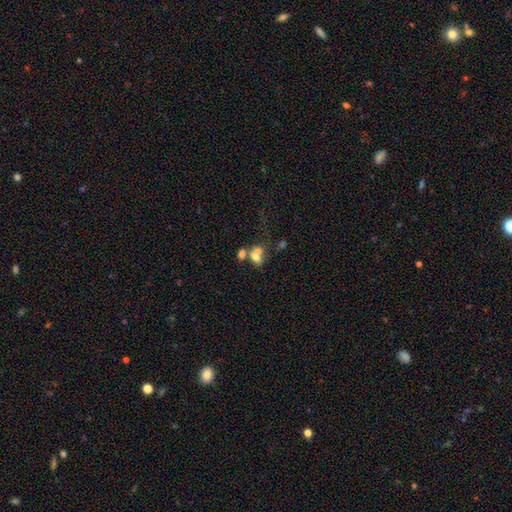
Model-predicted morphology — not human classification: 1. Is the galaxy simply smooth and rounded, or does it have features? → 64% smooth, 22% featured or disk, 14% star or artifact.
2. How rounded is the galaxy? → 68% in between, 30% round, 2% cigar-shaped.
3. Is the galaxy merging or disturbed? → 59% merger, 24% none, 9% minor disturbance, 8% major disturbance.